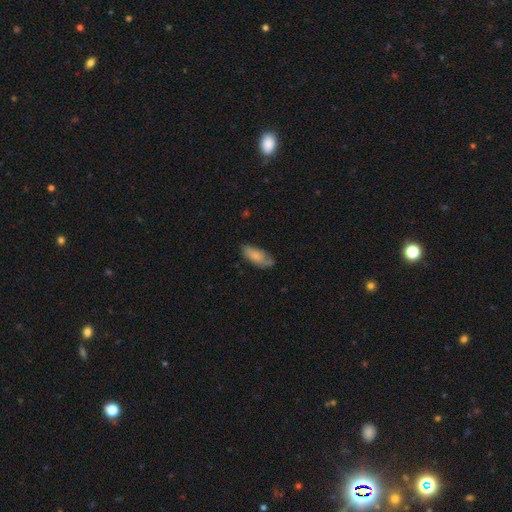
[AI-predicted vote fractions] smooth 79%, featured or disk 15%, star or artifact 6%. Down the decision tree: how rounded — in between (82%); merging — none (67%).